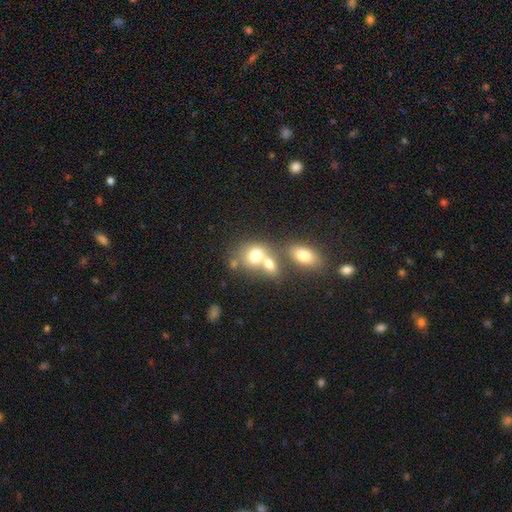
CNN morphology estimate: This is likely a smooth galaxy (72%). How rounded: possibly in between (54%). Merging: likely merger (60%).